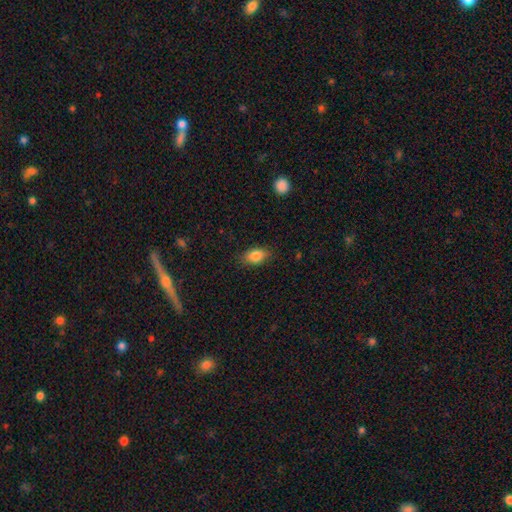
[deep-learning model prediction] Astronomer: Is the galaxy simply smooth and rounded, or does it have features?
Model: smooth — 85%.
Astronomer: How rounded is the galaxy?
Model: in between — 87%.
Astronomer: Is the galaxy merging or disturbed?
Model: none — 84%.